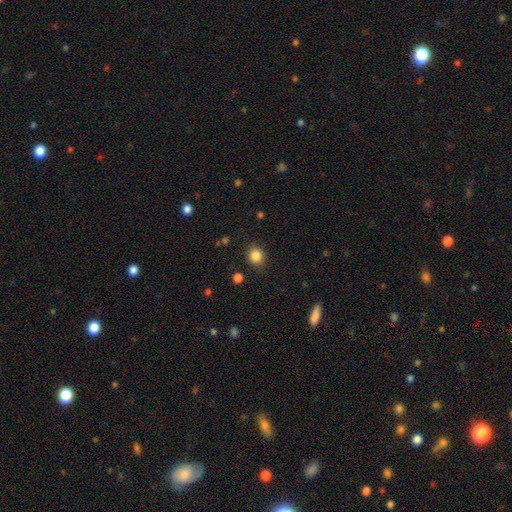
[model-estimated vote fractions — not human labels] Q: Smooth or featured?
A: smooth (85%); runner-up: star or artifact (11%)
Q: How rounded?
A: round (81%); runner-up: in between (18%)
Q: Merging?
A: none (87%); runner-up: minor disturbance (9%)